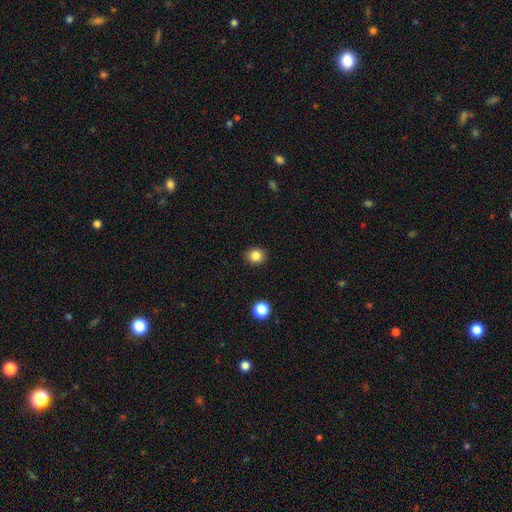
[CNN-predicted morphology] smooth-or-featured: smooth: 84% | star or artifact: 11% | featured or disk: 5%
  how-rounded: round: 85% | in between: 14% | cigar-shaped: 1%
  merging: none: 91% | minor disturbance: 6% | major disturbance: 2% | merger: 1%